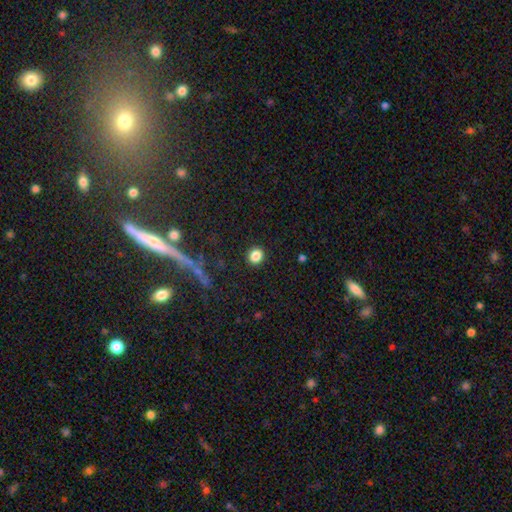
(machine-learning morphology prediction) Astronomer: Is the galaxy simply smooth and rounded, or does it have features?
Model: smooth — 84%.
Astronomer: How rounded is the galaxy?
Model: round — 86%.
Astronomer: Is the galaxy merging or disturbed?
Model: none — 91%.